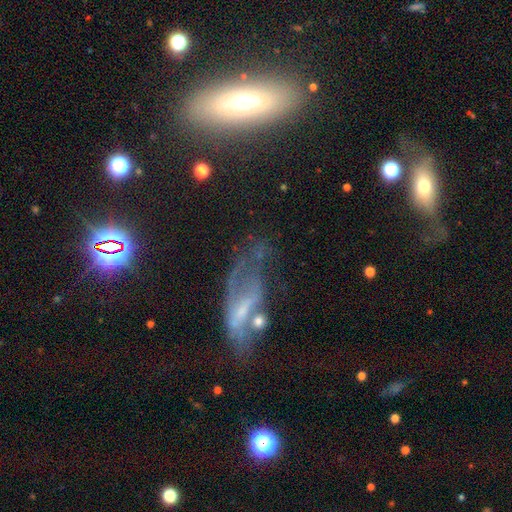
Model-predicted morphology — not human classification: Smooth or featured? Predicted: featured or disk (p=0.55). Edge-on disk? Predicted: no (p=0.77). Merging? Predicted: none (p=0.36).